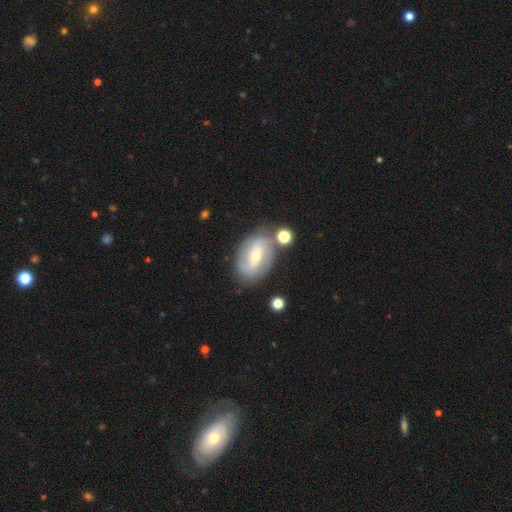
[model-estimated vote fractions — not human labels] This is likely a featured or disk galaxy (70%). It is clearly not viewed edge-on (95%). Bar: marginally no (41%). Spiral arm pattern: clearly yes (82%). Spiral arm count: likely 2 (62%). Spiral winding: marginally medium (39%, tied with tight). Central bulge: possibly small (58%). Merging: likely none (68%).